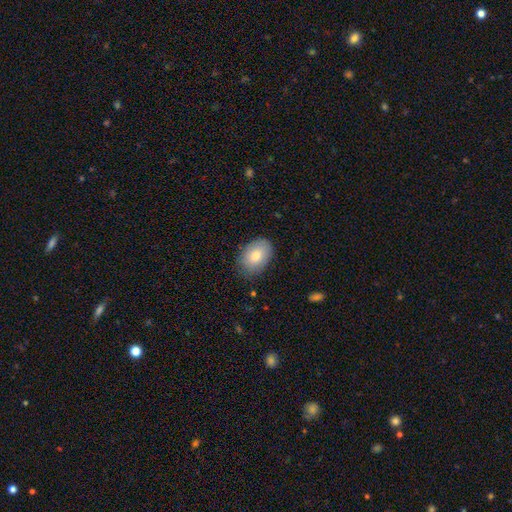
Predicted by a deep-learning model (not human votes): Smooth or featured? smooth (81%)
How rounded? in between (84%)
Merging? none (81%)